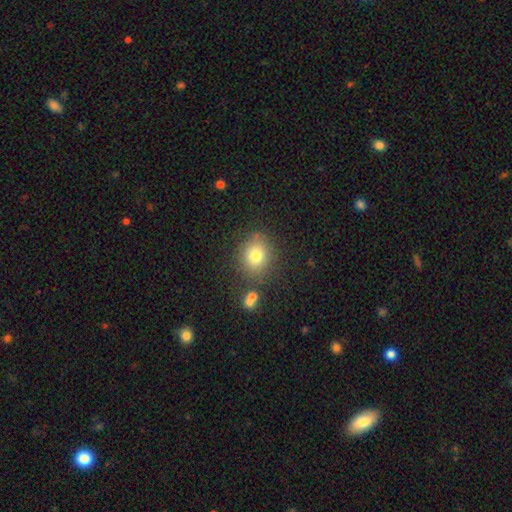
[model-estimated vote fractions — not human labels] Smooth or featured: smooth — 78% (star or artifact — 12%)
How rounded: round — 69% (in between — 30%)
Merging: none — 80% (minor disturbance — 12%)